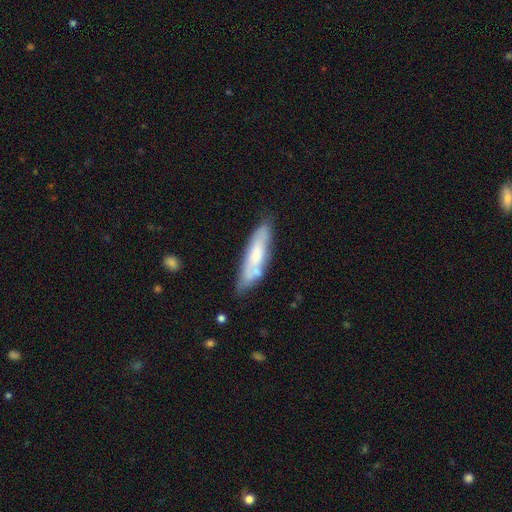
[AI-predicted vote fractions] Smooth or featured: smooth — 58% (featured or disk — 35%)
How rounded: cigar-shaped — 67% (in between — 31%)
Merging: none — 64% (minor disturbance — 23%)